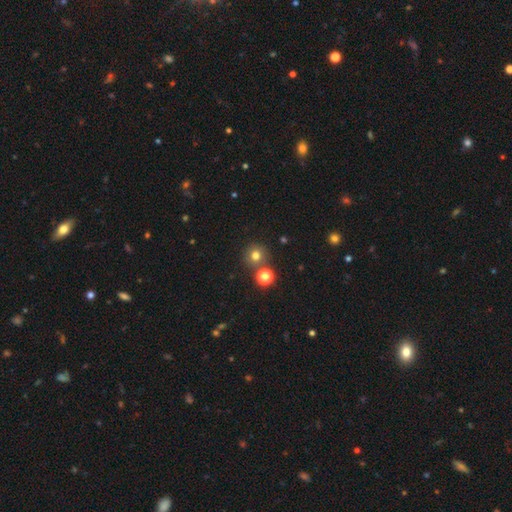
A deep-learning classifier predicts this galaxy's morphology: smooth 74%, star or artifact 18%, featured or disk 8%. Down the decision tree: how rounded — round (92%); merging — none (77%).